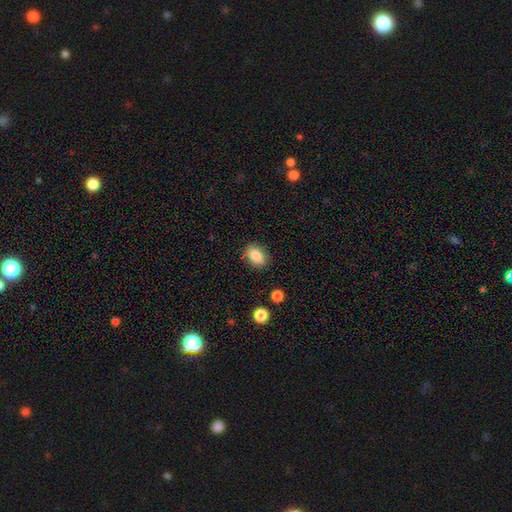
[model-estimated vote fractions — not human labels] smooth-or-featured: smooth: 83% | star or artifact: 9% | featured or disk: 9%
  how-rounded: in between: 79% | round: 19% | cigar-shaped: 2%
  merging: none: 78% | minor disturbance: 15% | major disturbance: 4% | merger: 3%